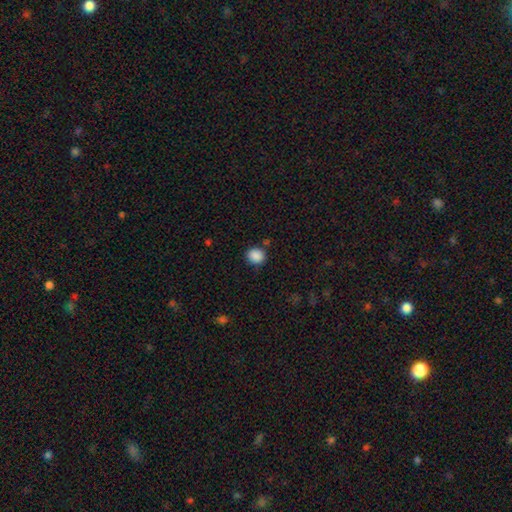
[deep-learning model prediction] Overall: smooth (88%). How rounded: round (76%). Merging: none (83%).